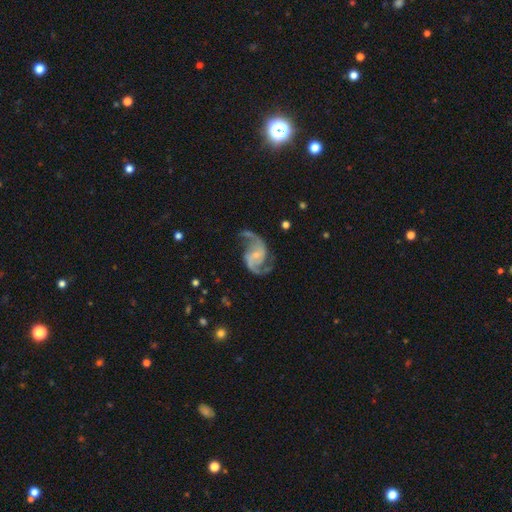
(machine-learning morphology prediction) A featured or disk galaxy (93%) with no bar (45%), 2 (94%) medium (46%) spiral arms (98%) and a small central bulge (70%). Merging: none (75%).